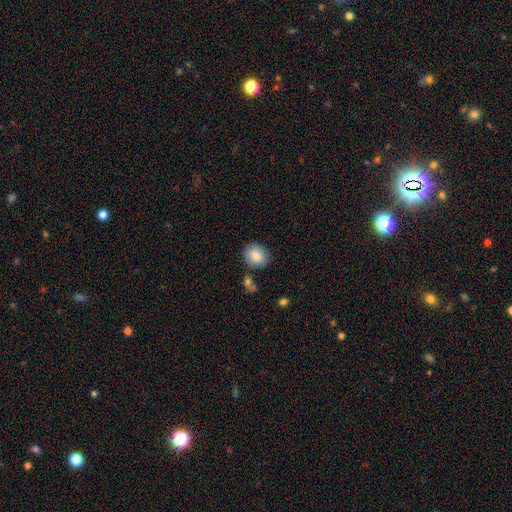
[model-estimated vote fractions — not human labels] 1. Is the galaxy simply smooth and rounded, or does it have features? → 80% smooth, 12% featured or disk, 8% star or artifact.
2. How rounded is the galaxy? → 59% round, 40% in between, 1% cigar-shaped.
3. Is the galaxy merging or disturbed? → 77% none, 12% minor disturbance, 8% merger, 3% major disturbance.